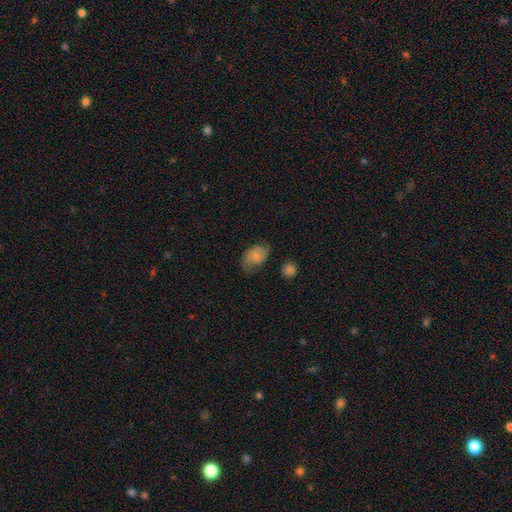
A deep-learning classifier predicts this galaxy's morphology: Smooth or featured? Predicted: smooth (p=0.59). How rounded? Predicted: in between (p=0.85). Merging? Predicted: none (p=0.62).